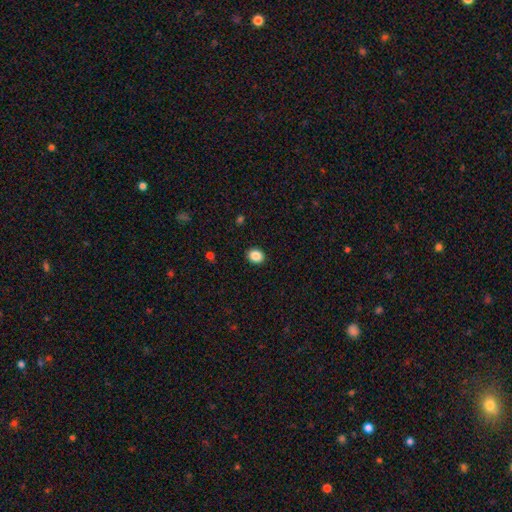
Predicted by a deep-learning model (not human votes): Smooth or featured? Predicted: smooth (p=0.87). How rounded? Predicted: round (p=0.62). Merging? Predicted: none (p=0.92).